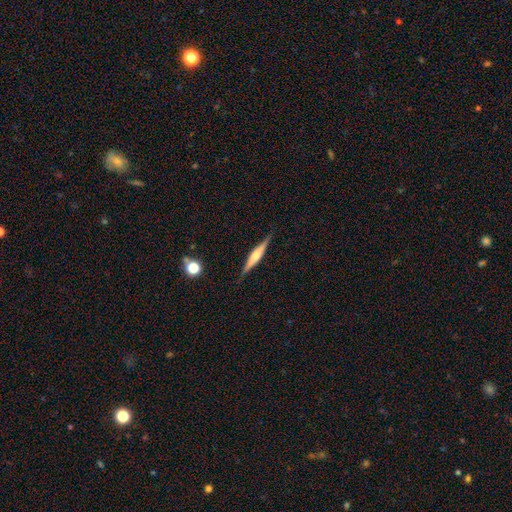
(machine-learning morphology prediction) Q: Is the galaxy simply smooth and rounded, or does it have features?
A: featured or disk — 70%.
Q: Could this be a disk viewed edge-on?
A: yes — 97%.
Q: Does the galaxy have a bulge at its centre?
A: rounded — 75%.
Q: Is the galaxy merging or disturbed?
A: none — 88%.